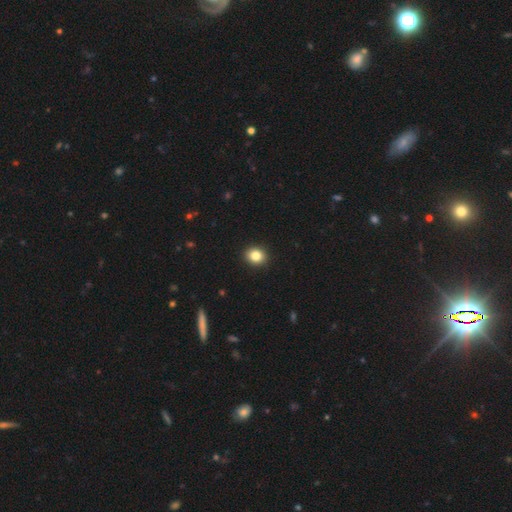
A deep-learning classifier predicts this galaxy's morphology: smooth_or_featured: smooth (p=0.84) [alt: star or artifact p=0.10]
how_rounded: round (p=0.64) [alt: in between p=0.35]
merging: none (p=0.92) [alt: minor disturbance p=0.05]